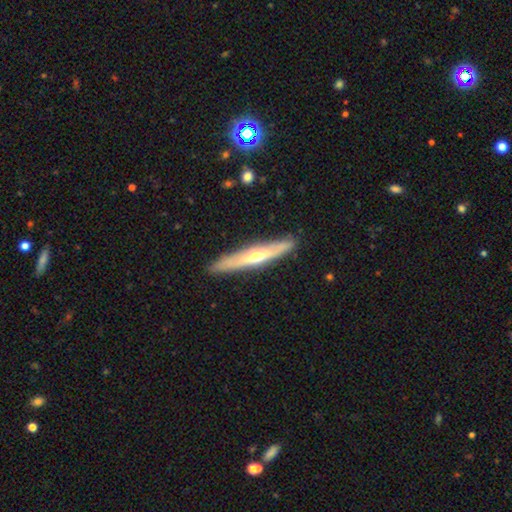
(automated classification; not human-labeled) smooth-or-featured: featured or disk: 59% | smooth: 36% | star or artifact: 5%
  disk-edge-on: yes: 88% | no: 12%
    edge-on-bulge: rounded: 83% | none: 14% | boxy: 4%
  merging: none: 89% | minor disturbance: 8% | major disturbance: 2% | merger: 1%